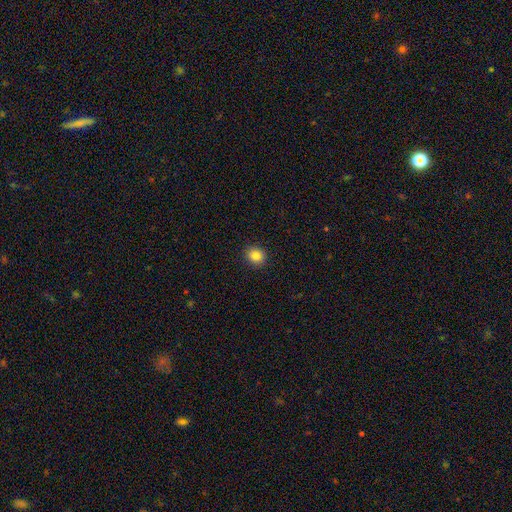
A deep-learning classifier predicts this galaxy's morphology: smooth-or-featured: smooth: 85% | star or artifact: 10% | featured or disk: 5%
  how-rounded: round: 76% | in between: 23% | cigar-shaped: 1%
  merging: none: 91% | minor disturbance: 6% | major disturbance: 2% | merger: 1%